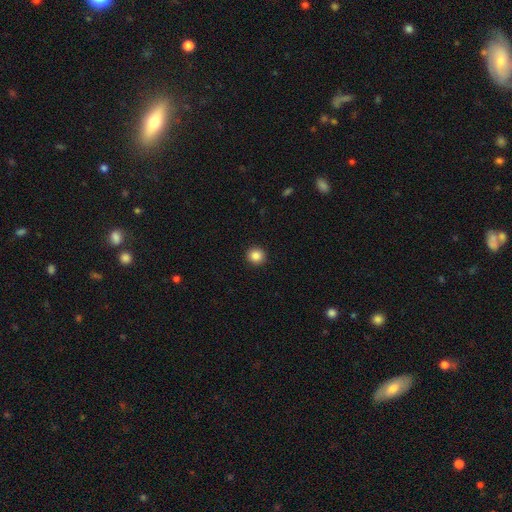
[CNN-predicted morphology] type=smooth (86%); roundness=round (93%); merging=none (93%).